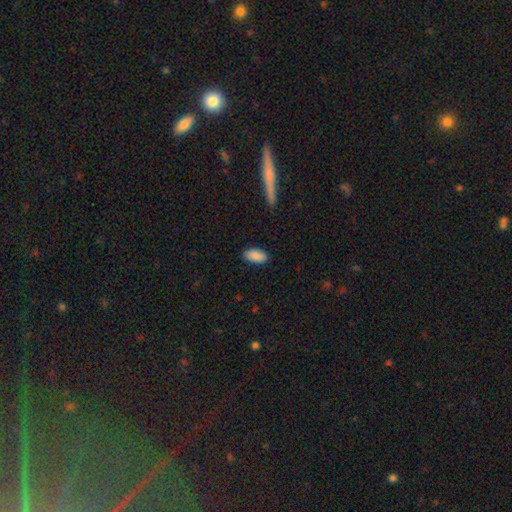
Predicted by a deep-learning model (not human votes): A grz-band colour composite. It shows a smooth galaxy with no disk features (90%) that is in between round and cigar-shaped (93%). Merging: none (87%).